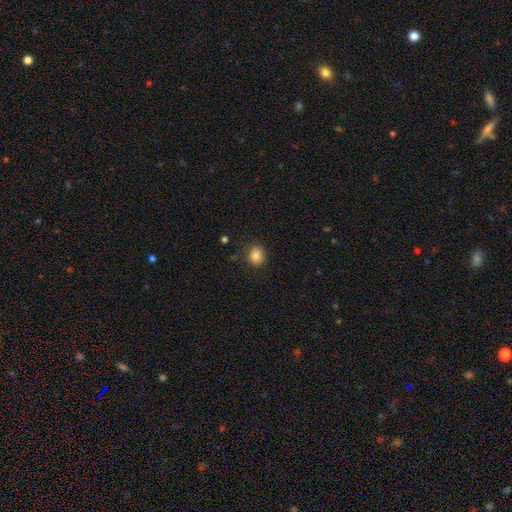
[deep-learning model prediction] Morphology: type=smooth (84%); roundness=round (60%); merging=none (82%).